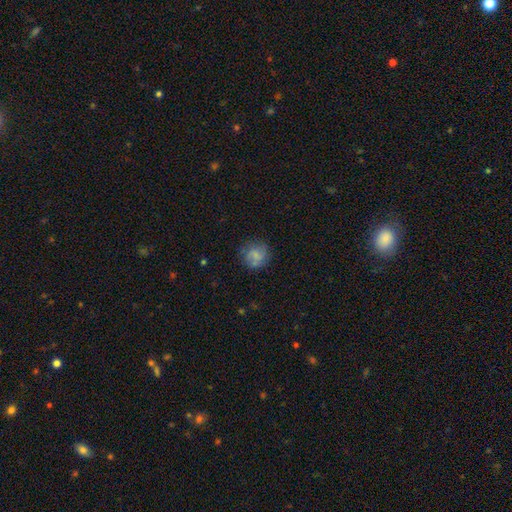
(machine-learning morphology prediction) Smooth or featured? Predicted: smooth (p=0.64). How rounded? Predicted: round (p=0.87). Merging? Predicted: none (p=0.74).